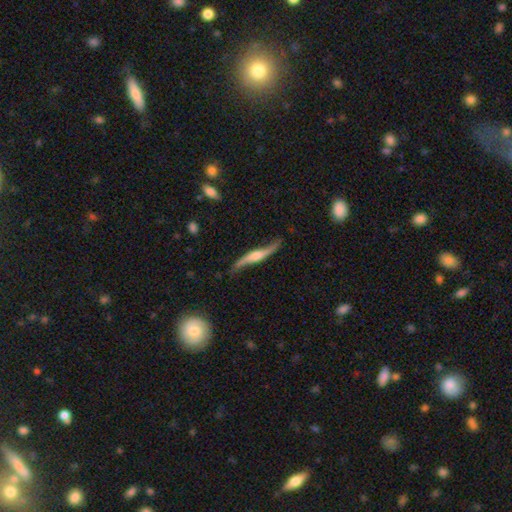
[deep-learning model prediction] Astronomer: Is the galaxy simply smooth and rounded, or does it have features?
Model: featured or disk — 82%.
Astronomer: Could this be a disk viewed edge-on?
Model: yes — 55% (runner-up: no, 45%).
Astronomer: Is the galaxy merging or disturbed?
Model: none — 71%.